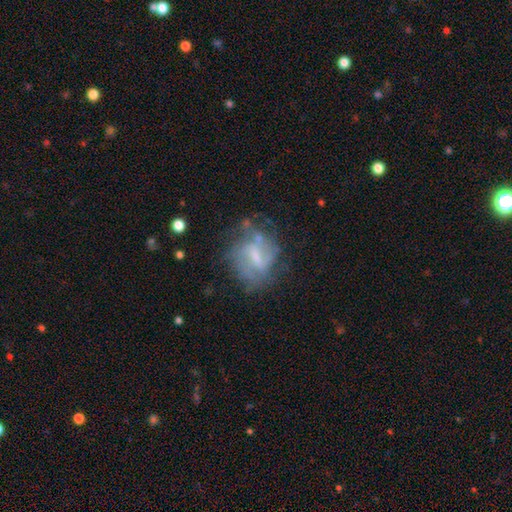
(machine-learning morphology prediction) Overall: featured or disk (64%; smooth 27%). Edge-on disk: no (96%). Bar: weak (53%; strong 26%). Spiral arms: yes (60%; no 40%). Bulge size: small (38%; moderate 32%). Merging: none (51%; minor disturbance 24%).